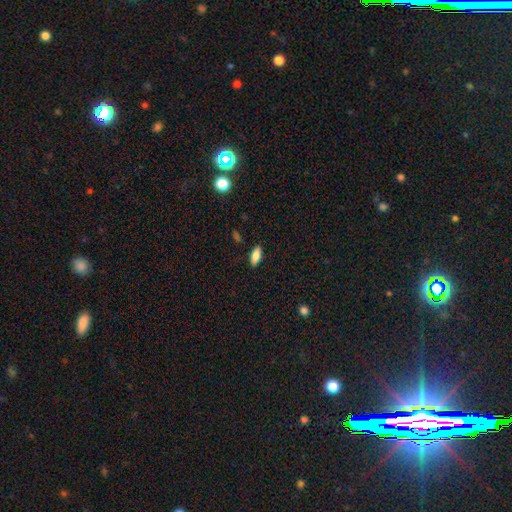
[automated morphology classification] This is clearly a smooth galaxy (81%). How rounded: clearly in between (82%). Merging: clearly none (87%).